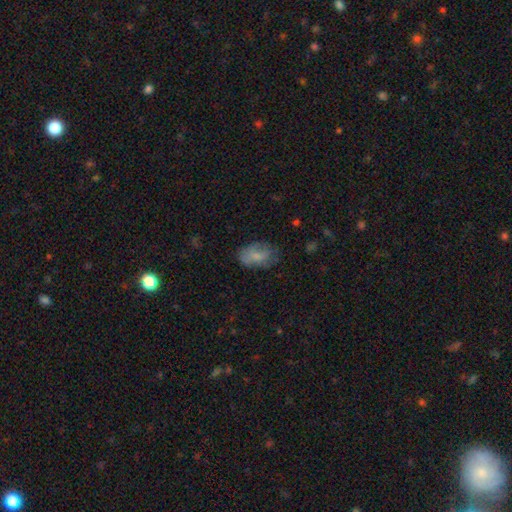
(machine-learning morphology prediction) Smooth or featured? smooth (71%)
How rounded? in between (89%)
Merging? none (62%)